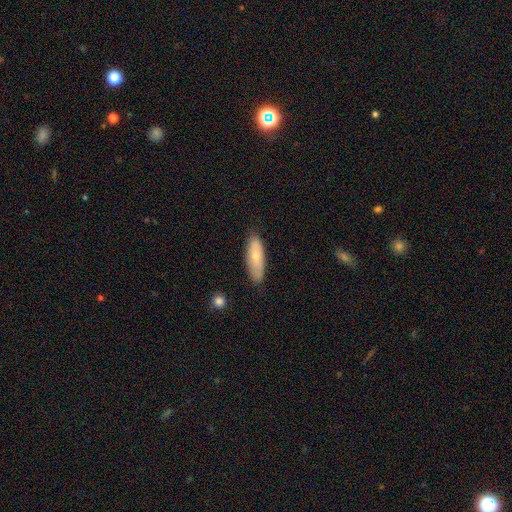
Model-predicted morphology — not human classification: Smooth or featured? Predicted: smooth (p=0.73). How rounded? Predicted: in between (p=0.60). Merging? Predicted: none (p=0.77).